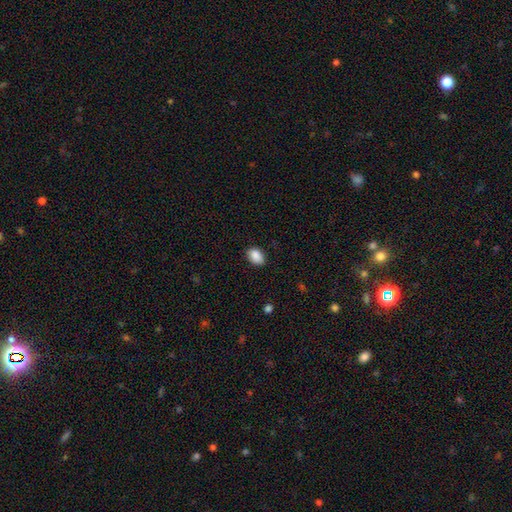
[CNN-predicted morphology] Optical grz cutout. It shows a smooth galaxy with no disk features (89%) that is in between round and cigar-shaped (83%). Merging: none (82%).